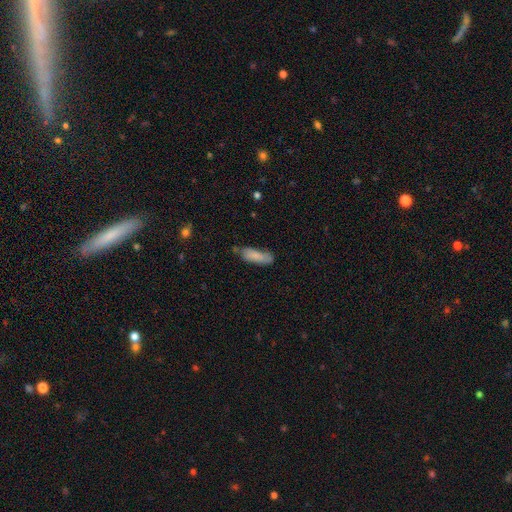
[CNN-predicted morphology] This appears to be a smooth galaxy with no disk features (81%) that is in between round and cigar-shaped (53%). Merging: none (62%).